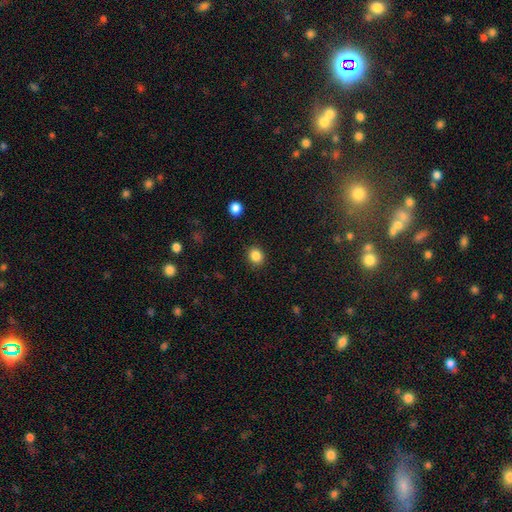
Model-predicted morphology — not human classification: smooth-or-featured: smooth: 86% | star or artifact: 11% | featured or disk: 4%
  how-rounded: round: 70% | in between: 29% | cigar-shaped: 1%
  merging: none: 89% | minor disturbance: 7% | major disturbance: 2% | merger: 1%